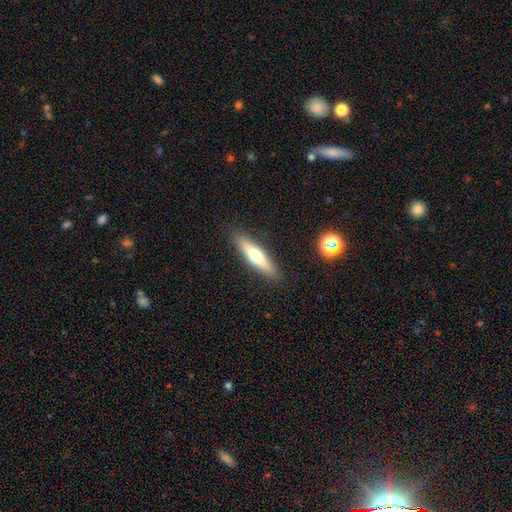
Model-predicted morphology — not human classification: A smooth galaxy with no disk features (51%) that is cigar-shaped (80%).

Vote fractions:
- Smooth or featured? smooth: 51% / featured or disk: 43% / star or artifact: 7%
- How rounded? cigar-shaped: 80% / in between: 18% / round: 2%
- Merging? none: 89% / minor disturbance: 8% / major disturbance: 2% / merger: 1%